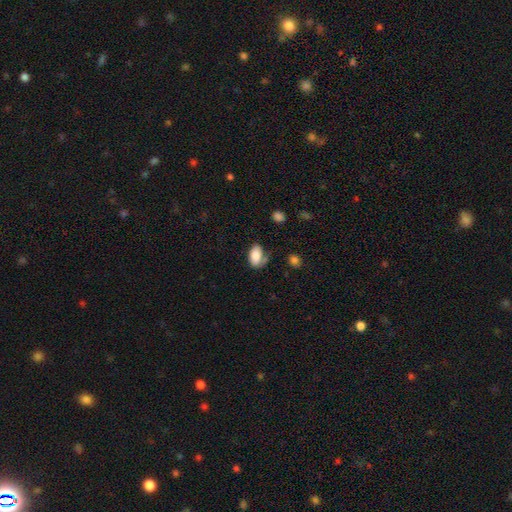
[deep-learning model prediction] smooth 81%, featured or disk 11%, star or artifact 7%. Down the decision tree: how rounded — in between (93%); merging — none (52%).